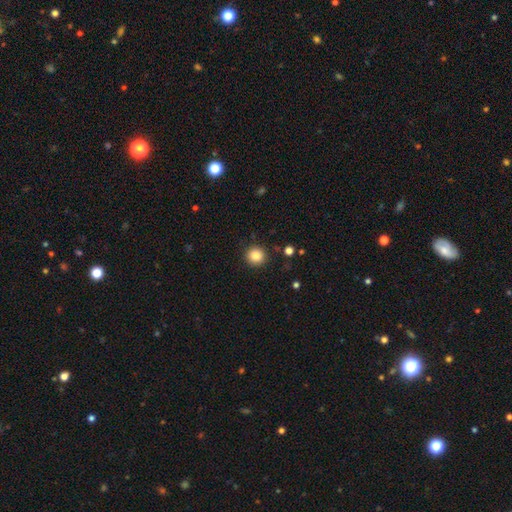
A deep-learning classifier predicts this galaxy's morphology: The model was most divided on "smooth or featured": smooth: 85%, star or artifact: 10%, featured or disk: 5%. More confident: how rounded — round (94%); merging — none (91%).